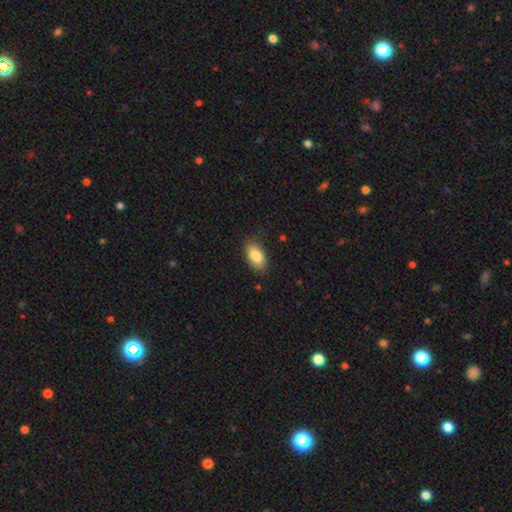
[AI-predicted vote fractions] This is clearly a smooth galaxy (85%). How rounded: clearly in between (92%). Merging: clearly none (83%).